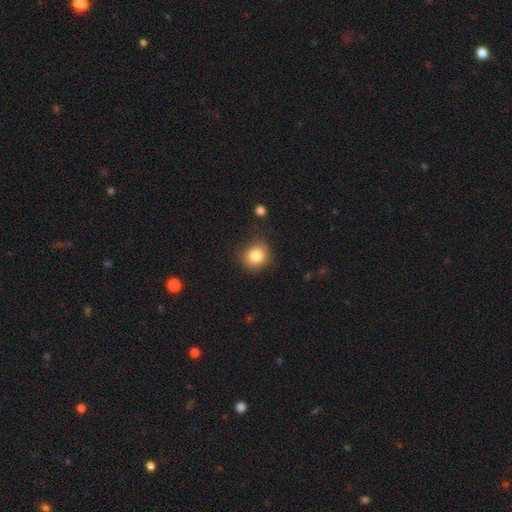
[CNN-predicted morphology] A smooth galaxy with no disk features (82%) that is round (86%). Merging: none (80%).